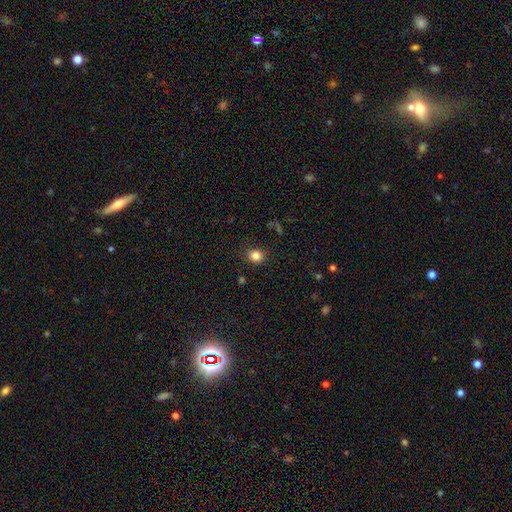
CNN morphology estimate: Smooth or featured: smooth — 84% (star or artifact — 11%)
How rounded: round — 70% (in between — 30%)
Merging: none — 86% (minor disturbance — 10%)